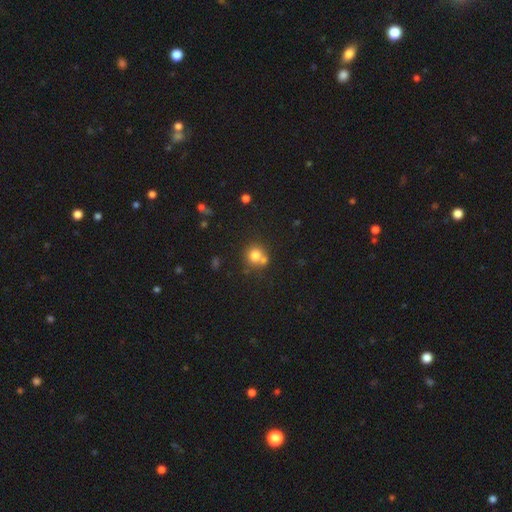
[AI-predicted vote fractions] This is likely a smooth galaxy (77%). How rounded: clearly round (87%). Merging: possibly none (54%).